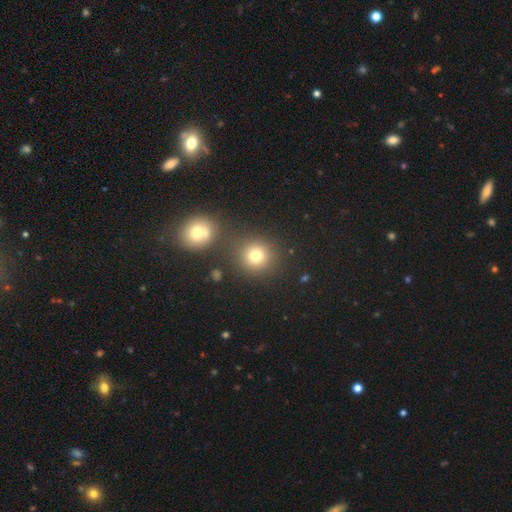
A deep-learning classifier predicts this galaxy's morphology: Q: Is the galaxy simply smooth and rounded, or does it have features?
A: smooth — 76%.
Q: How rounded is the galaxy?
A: round — 89%.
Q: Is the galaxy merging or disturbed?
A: none — 77%.